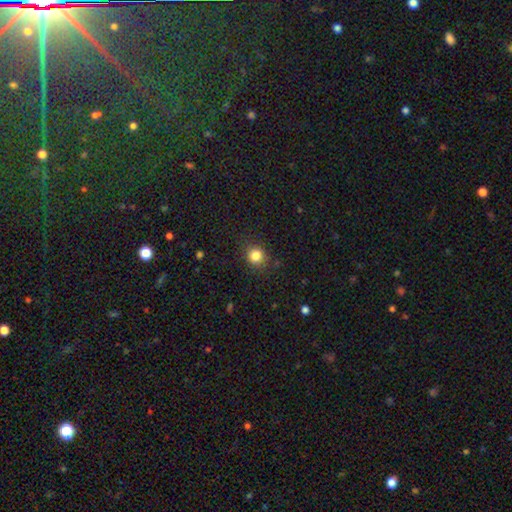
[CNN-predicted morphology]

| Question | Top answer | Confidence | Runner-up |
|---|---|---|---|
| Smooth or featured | smooth | 83% | star or artifact (12%) |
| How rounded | round | 86% | in between (13%) |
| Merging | none | 85% | minor disturbance (10%) |